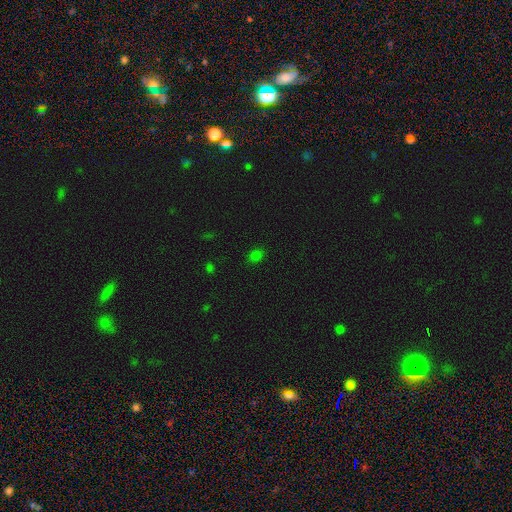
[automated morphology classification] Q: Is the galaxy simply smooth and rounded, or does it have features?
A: smooth — 74%.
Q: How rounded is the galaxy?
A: in between — 52%.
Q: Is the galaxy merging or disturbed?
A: none — 86%.